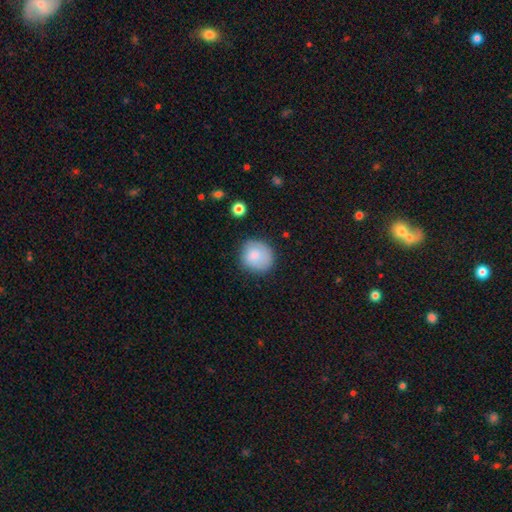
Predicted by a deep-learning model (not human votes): The model was most divided on "merging": none: 74%, minor disturbance: 19%, major disturbance: 5%, merger: 2%. More confident: how rounded — round (84%); smooth or featured — smooth (82%).